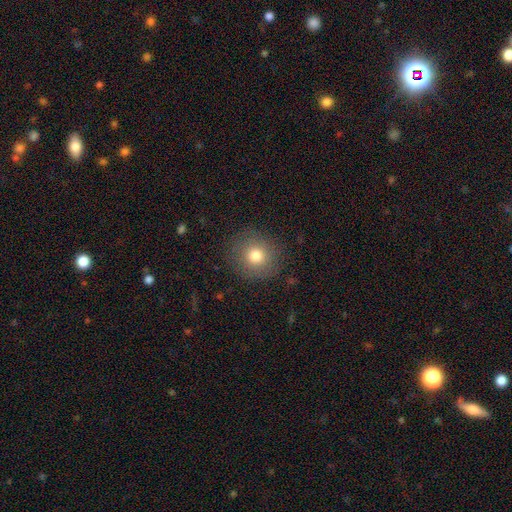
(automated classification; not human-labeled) This appears to be a smooth galaxy with no disk features (78%) that is round (88%). Merging: none (87%).